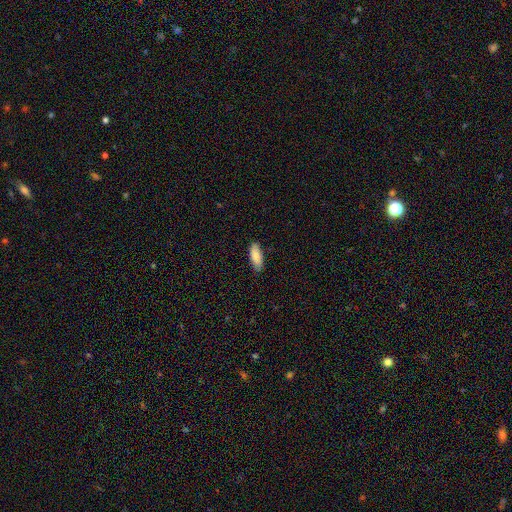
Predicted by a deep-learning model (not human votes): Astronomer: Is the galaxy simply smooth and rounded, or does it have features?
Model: smooth — 86%.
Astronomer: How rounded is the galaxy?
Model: in between — 75%.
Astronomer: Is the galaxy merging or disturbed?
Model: none — 82%.